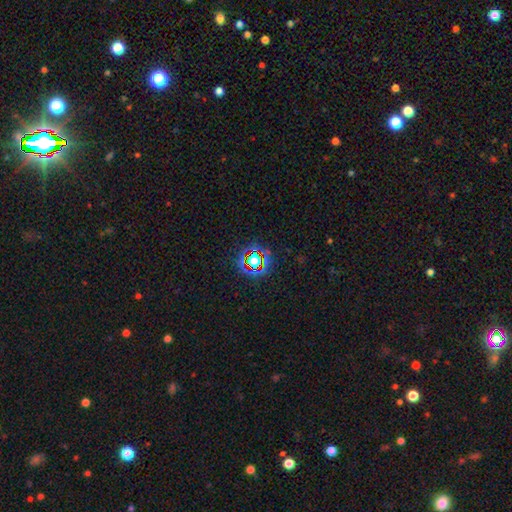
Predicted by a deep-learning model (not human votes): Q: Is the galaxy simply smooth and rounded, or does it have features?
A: star or artifact — 76%.